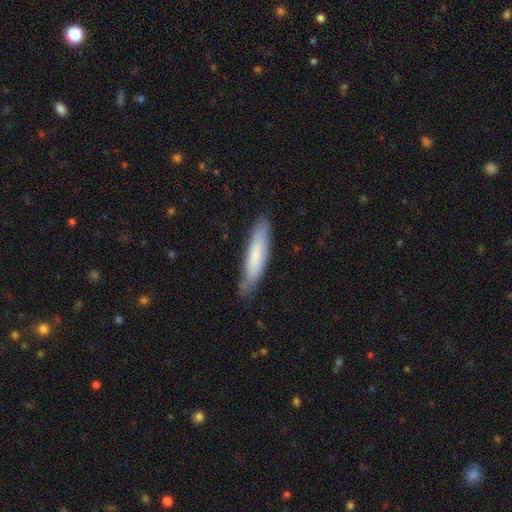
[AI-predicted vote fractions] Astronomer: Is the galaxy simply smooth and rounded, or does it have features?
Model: smooth — 73%.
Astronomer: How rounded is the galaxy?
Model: cigar-shaped — 80%.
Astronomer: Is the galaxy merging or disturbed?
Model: none — 78%.